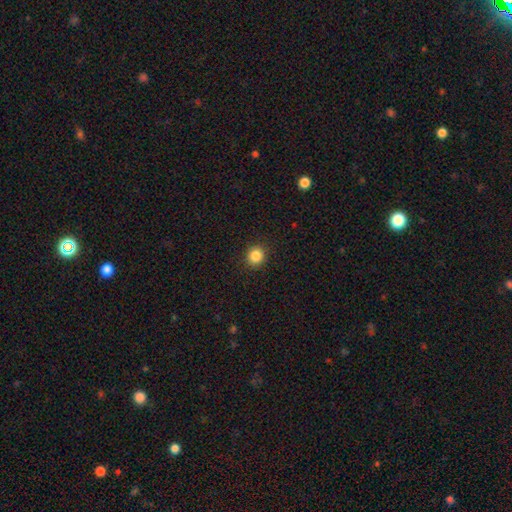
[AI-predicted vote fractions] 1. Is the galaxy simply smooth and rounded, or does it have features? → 85% smooth, 11% star or artifact, 4% featured or disk.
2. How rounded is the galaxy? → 89% round, 10% in between, 1% cigar-shaped.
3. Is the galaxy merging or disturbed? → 91% none, 6% minor disturbance, 2% major disturbance, 1% merger.